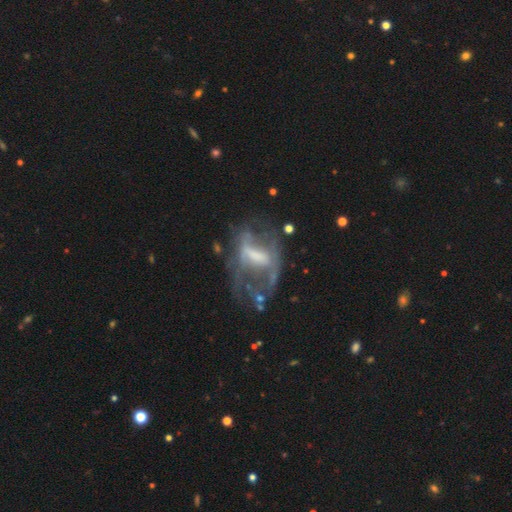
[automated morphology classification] This appears to be a featured or disk galaxy (71%) with a strong bar (39%), spiral arms (51%) and a moderate central bulge (33%). Merging: major disturbance (39%).